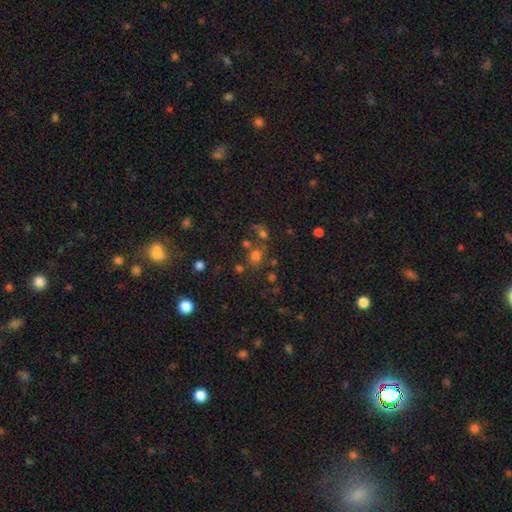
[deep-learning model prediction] Smooth or featured?
  - smooth: 62% *
  - star or artifact: 27%
  - featured or disk: 11%
How rounded?
  - round: 72% *
  - in between: 27%
  - cigar-shaped: 1%
Merging?
  - none: 55% *
  - merger: 26%
  - minor disturbance: 11%
  - major disturbance: 8%